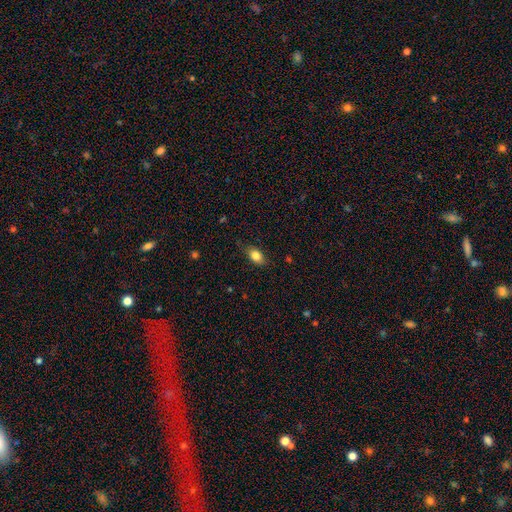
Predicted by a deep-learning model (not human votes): This is clearly a smooth galaxy (83%). How rounded: clearly in between (87%). Merging: clearly none (82%).